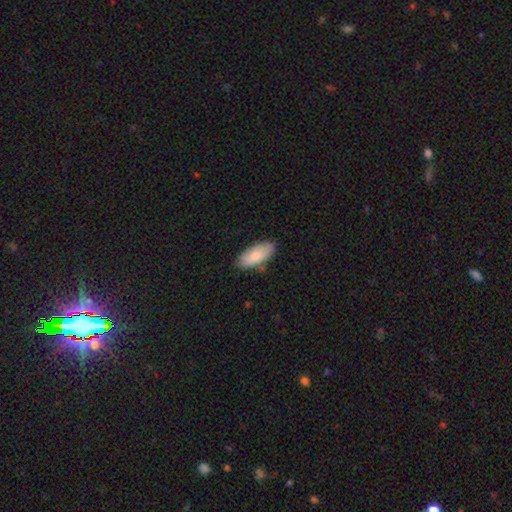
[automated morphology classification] Smooth or featured? smooth (81%)
How rounded? in between (89%)
Merging? none (81%)